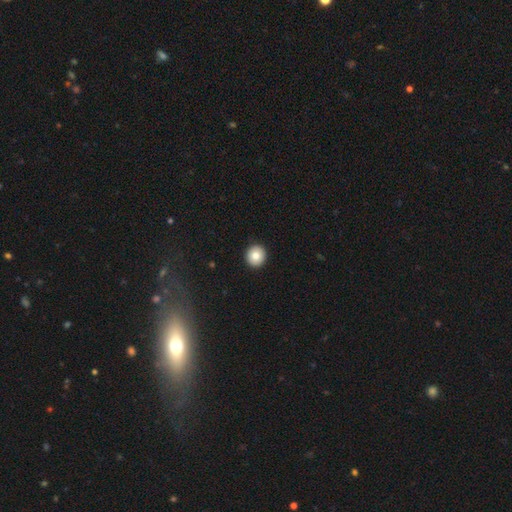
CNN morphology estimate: smooth 83%, featured or disk 9%, star or artifact 8%. Down the decision tree: how rounded — round (92%); merging — none (93%).